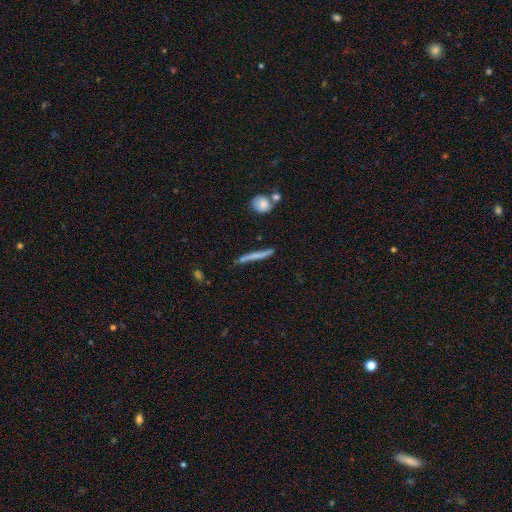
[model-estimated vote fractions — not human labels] smooth 53%, featured or disk 40%, star or artifact 7%. Down the decision tree: how rounded — cigar-shaped (94%); merging — none (71%).